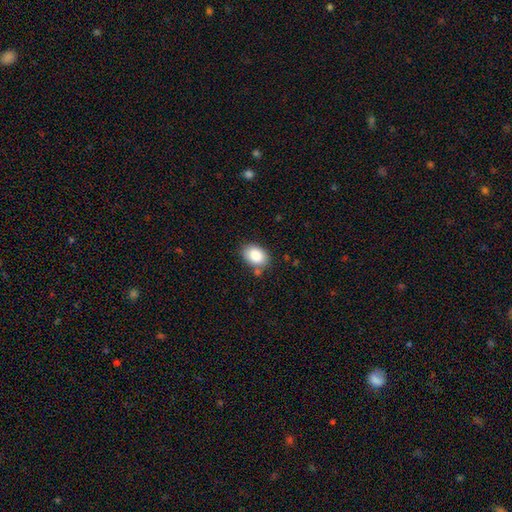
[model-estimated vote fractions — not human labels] The model was most divided on "how rounded": in between: 79%, round: 20%, cigar-shaped: 1%. More confident: smooth or featured — smooth (87%); merging — none (78%).